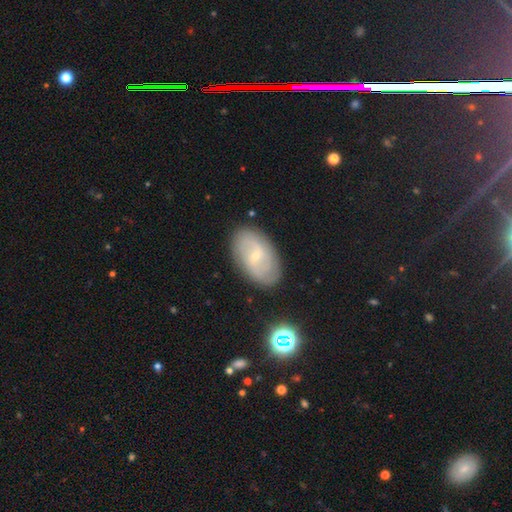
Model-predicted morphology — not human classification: A featured or disk galaxy (67%) with a weak bar (51%), 2 (63%) medium (39%) spiral arms (82%) and a small central bulge (79%). Merging: none (83%).